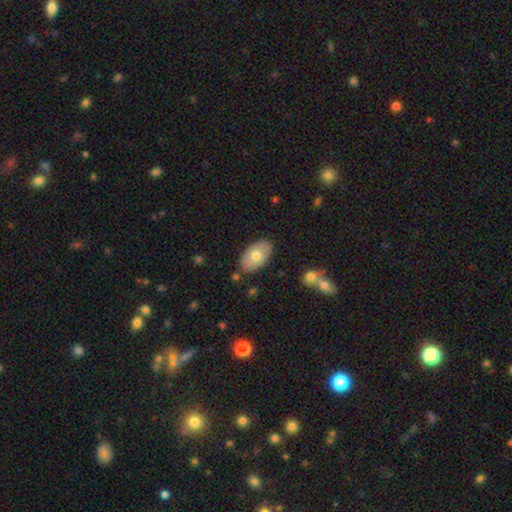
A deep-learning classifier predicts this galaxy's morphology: smooth-or-featured: smooth: 69% | featured or disk: 26% | star or artifact: 6%
  how-rounded: in between: 94% | round: 5% | cigar-shaped: 1%
  merging: none: 81% | minor disturbance: 13% | merger: 3% | major disturbance: 3%